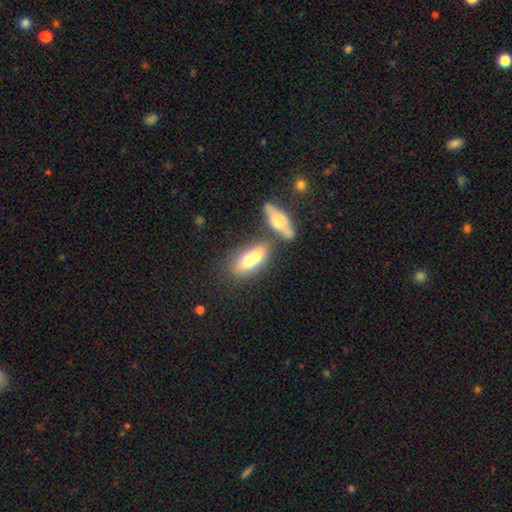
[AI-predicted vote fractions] A smooth galaxy with no disk features (61%) that is in between round and cigar-shaped (74%).

Vote fractions:
- Smooth or featured? smooth: 61% / featured or disk: 31% / star or artifact: 8%
- How rounded? in between: 74% / cigar-shaped: 17% / round: 8%
- Merging? merger: 59% / none: 28% / minor disturbance: 9% / major disturbance: 5%